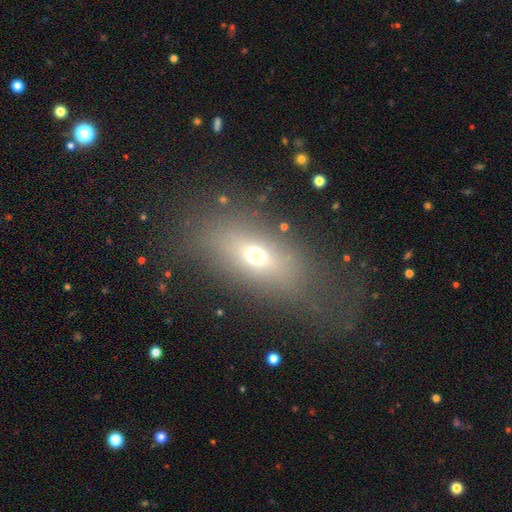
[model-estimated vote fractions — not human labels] This is likely a smooth galaxy (62%). How rounded: likely in between (71%). Merging: likely none (71%).